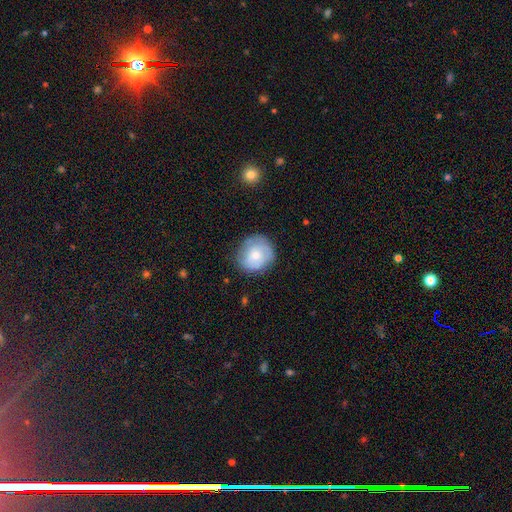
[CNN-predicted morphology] This is likely a smooth galaxy (60%). How rounded: clearly round (86%). Merging: likely none (71%).